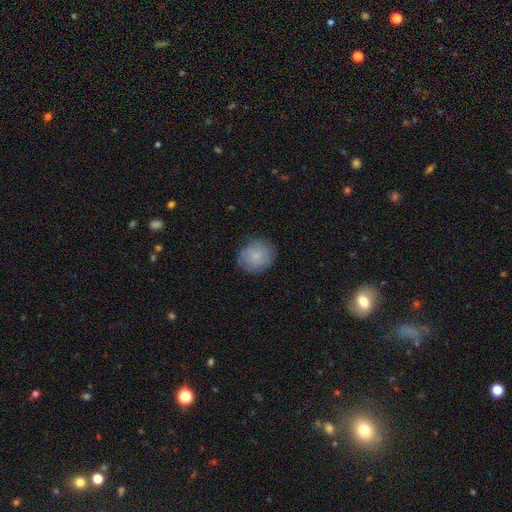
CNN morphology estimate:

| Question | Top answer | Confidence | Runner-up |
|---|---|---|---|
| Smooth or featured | smooth | 77% | featured or disk (15%) |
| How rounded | round | 84% | in between (15%) |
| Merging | none | 81% | minor disturbance (14%) |